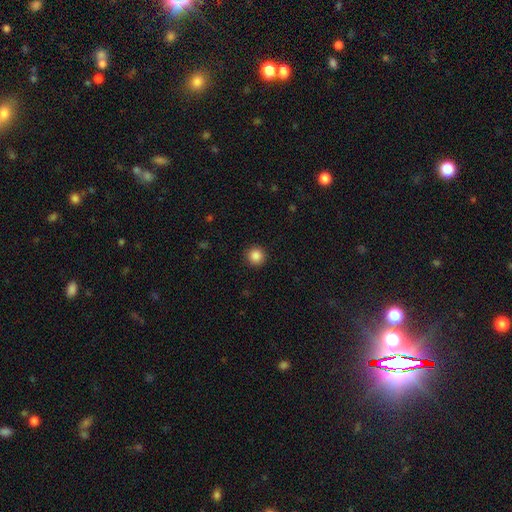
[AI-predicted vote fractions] A smooth galaxy with no disk features (87%) that is round (95%). Merging: none (92%).